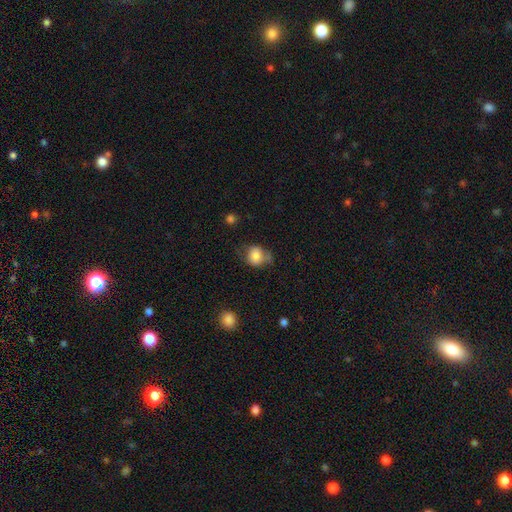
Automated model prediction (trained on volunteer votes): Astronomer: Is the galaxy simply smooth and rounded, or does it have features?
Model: smooth — 77%.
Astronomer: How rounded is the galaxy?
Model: round — 66%.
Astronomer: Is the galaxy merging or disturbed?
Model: none — 50% (runner-up: minor disturbance, 31%).